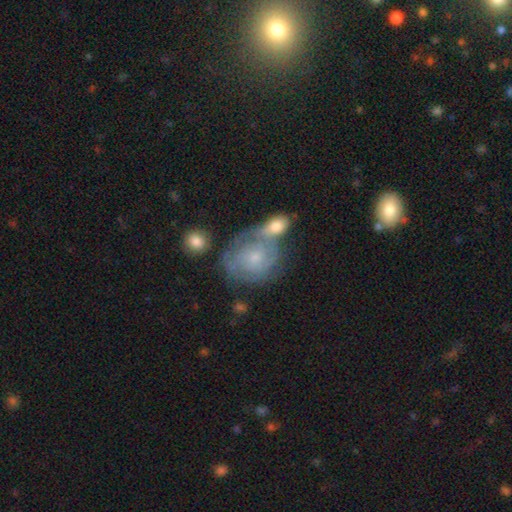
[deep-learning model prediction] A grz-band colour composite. It shows a featured or disk galaxy (63%) with no bar (75%), spiral arms (81%) and a small central bulge (62%). Merging: none (41%).